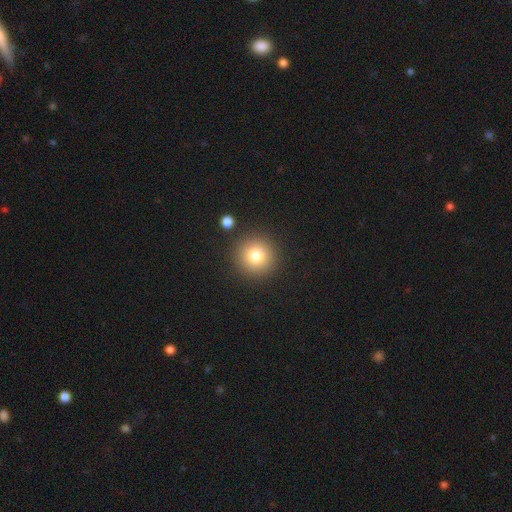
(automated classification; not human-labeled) A smooth galaxy with no disk features (79%) that is round (95%). Merging: none (89%).